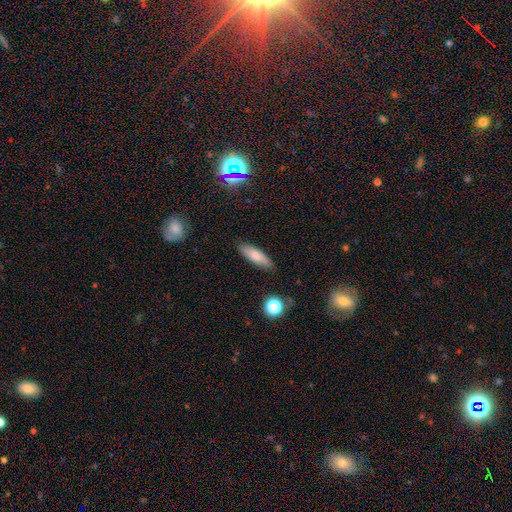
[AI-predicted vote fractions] Overall: smooth (80%). How rounded: cigar-shaped (56%; in between 42%). Merging: none (87%).